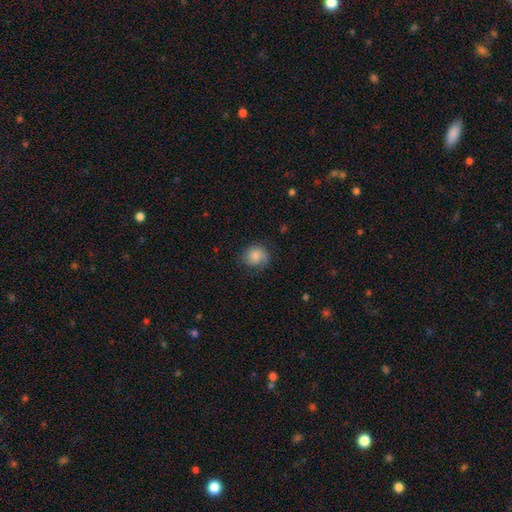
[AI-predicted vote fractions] Overall: smooth (76%). How rounded: round (77%). Merging: none (68%).